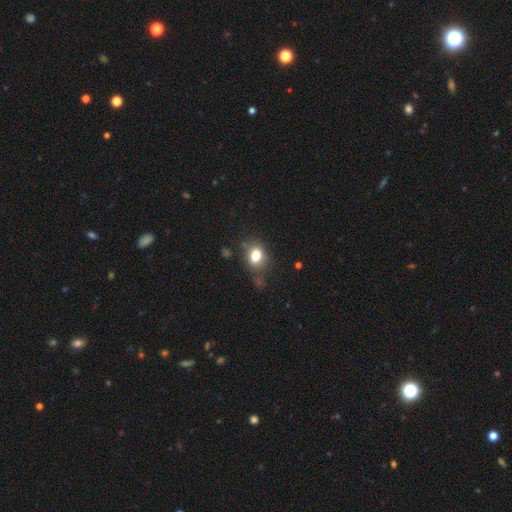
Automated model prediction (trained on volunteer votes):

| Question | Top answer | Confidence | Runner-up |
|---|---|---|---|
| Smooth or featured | smooth | 78% | star or artifact (11%) |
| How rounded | in between | 56% | round (43%) |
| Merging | none | 67% | minor disturbance (21%) |